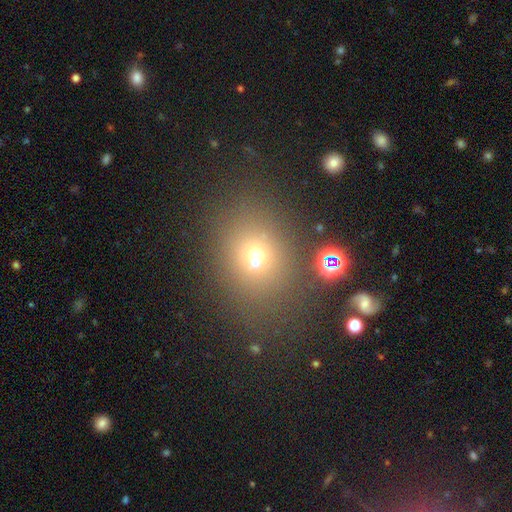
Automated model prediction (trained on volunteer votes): The model was most divided on "how rounded": round: 50%, in between: 48%, cigar-shaped: 1%. More confident: merging — none (73%); smooth or featured — smooth (61%).